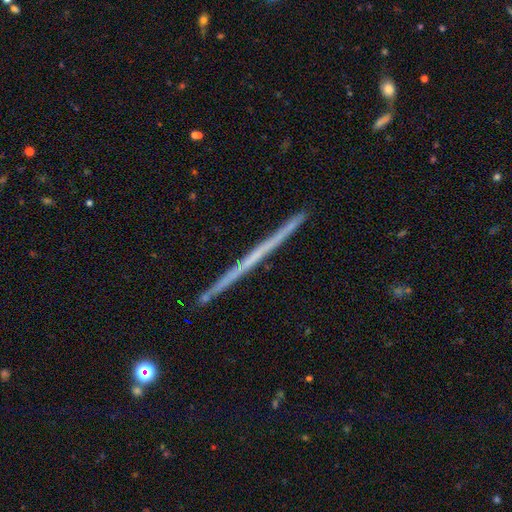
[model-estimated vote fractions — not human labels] Smooth or featured: featured or disk — 66% (smooth — 28%)
Edge-on disk: yes — 98% (no — 2%)
Edge-on bulge: none — 88% (rounded — 9%)
Merging: none — 92% (minor disturbance — 5%)